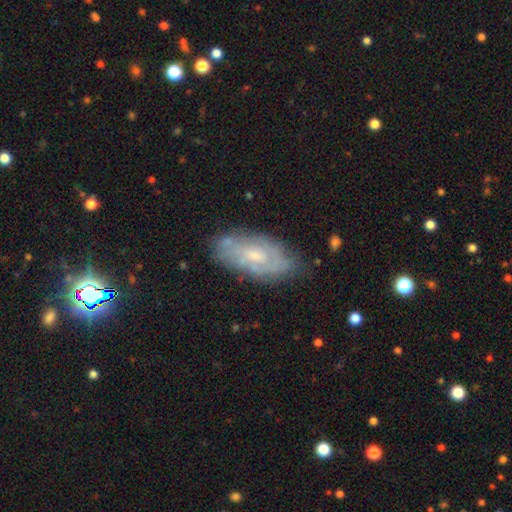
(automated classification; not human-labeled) featured or disk 51%, smooth 33%, star or artifact 16%. Down the decision tree: edge-on disk — no (85%); merging — none (81%).